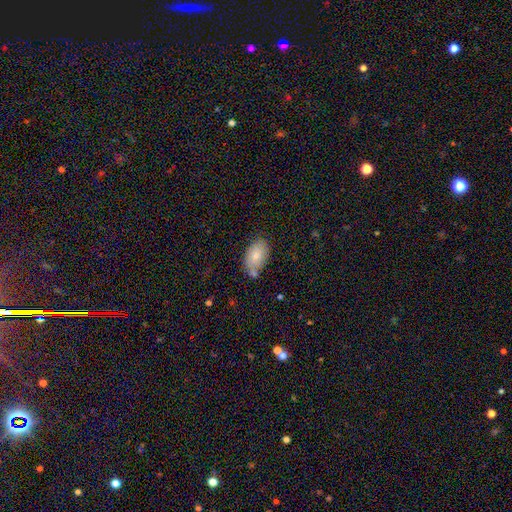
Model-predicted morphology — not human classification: The model was most divided on "merging": none: 61%, minor disturbance: 21%, merger: 13%, major disturbance: 5%. More confident: how rounded — in between (92%); smooth or featured — smooth (75%).